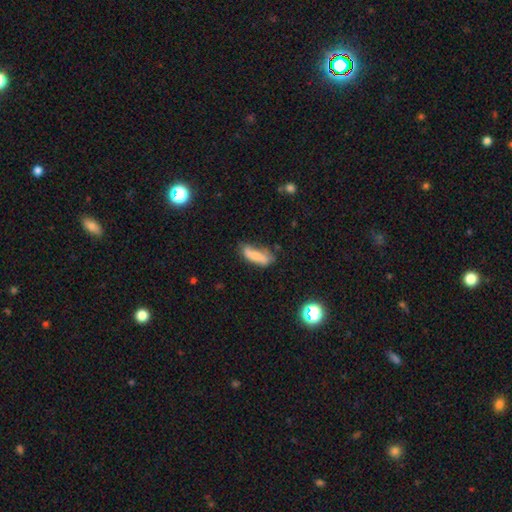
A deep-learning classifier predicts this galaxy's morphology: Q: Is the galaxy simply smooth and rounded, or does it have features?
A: smooth — 65%.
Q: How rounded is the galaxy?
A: in between — 58%.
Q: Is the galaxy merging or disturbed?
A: none — 48%.